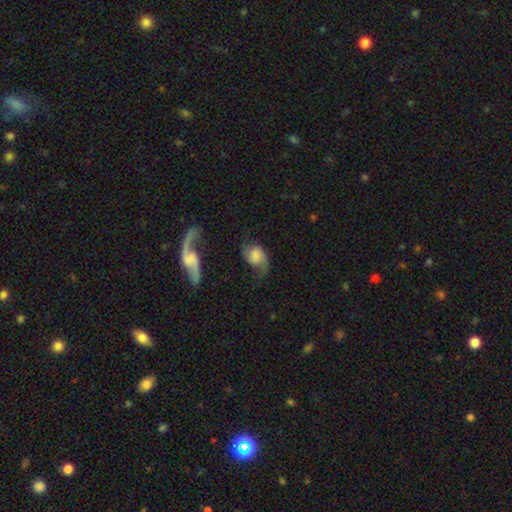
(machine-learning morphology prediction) A featured or disk galaxy (63%) with no bar (58%), 2 (83%) loose (63%) spiral arms (93%) and no central bulge (31%). Merging: none (49%).